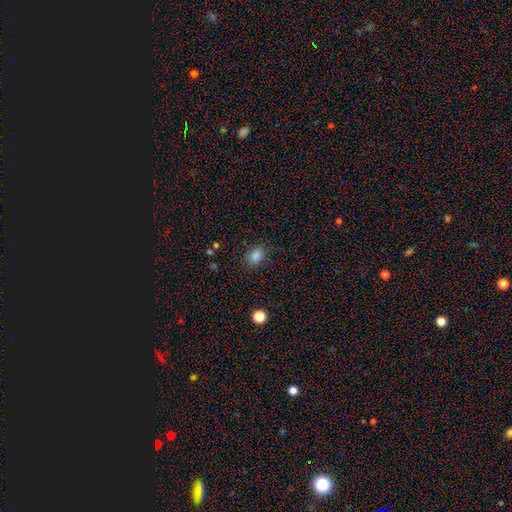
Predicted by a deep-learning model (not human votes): A smooth galaxy with no disk features (82%) that is in between round and cigar-shaped (59%). Merging: none (83%).